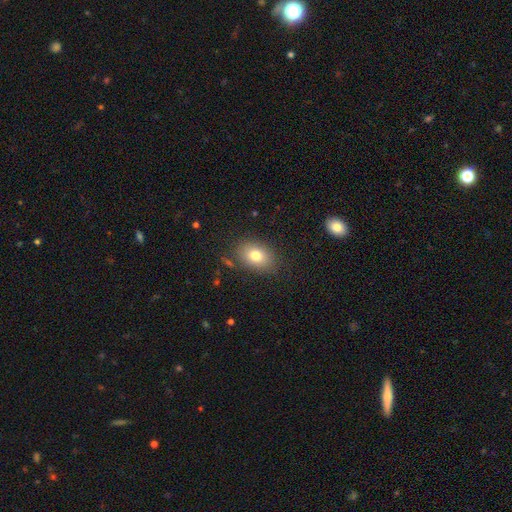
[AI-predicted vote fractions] smooth_or_featured: smooth (p=0.79) [alt: featured or disk p=0.12]
how_rounded: in between (p=0.80) [alt: round p=0.18]
merging: none (p=0.83) [alt: minor disturbance p=0.12]